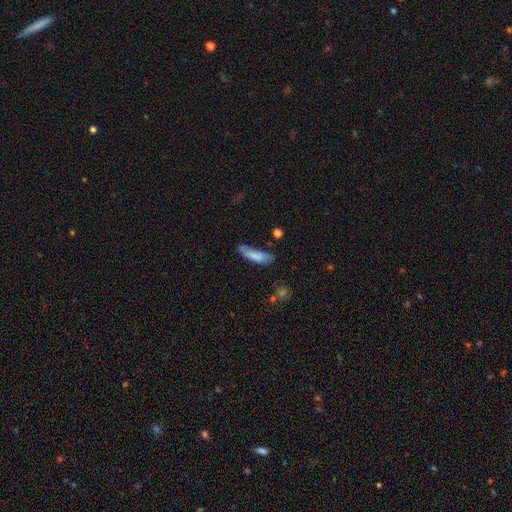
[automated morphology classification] Smooth or featured? smooth (80%)
How rounded? cigar-shaped (62%)
Merging? none (53%)